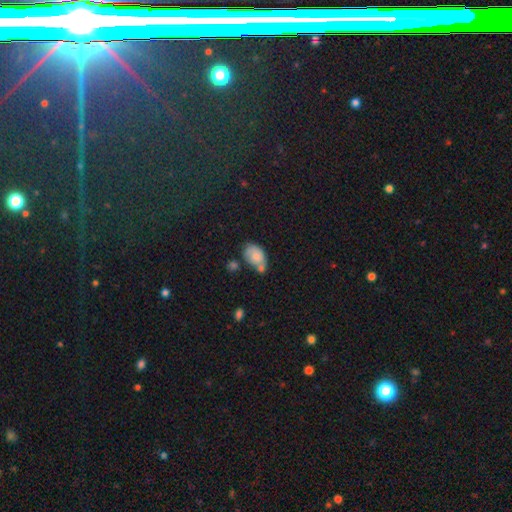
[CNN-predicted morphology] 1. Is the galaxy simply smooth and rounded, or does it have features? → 77% smooth, 15% featured or disk, 8% star or artifact.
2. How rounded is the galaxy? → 88% in between, 10% round, 1% cigar-shaped.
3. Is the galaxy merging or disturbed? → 41% none, 27% merger, 24% minor disturbance, 7% major disturbance.